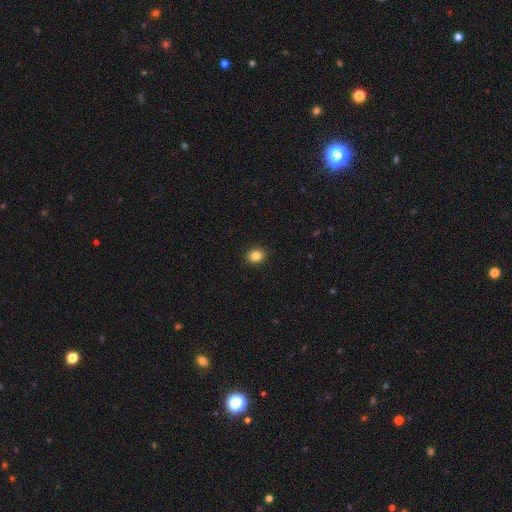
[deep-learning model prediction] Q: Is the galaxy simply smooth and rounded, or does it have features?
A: smooth — 84%.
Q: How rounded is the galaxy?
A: round — 76%.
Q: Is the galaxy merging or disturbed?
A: none — 92%.